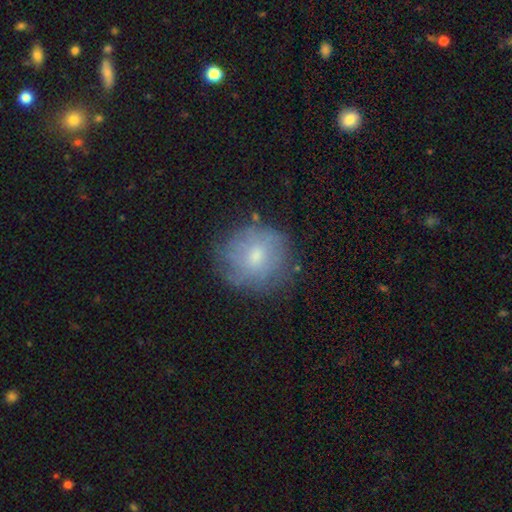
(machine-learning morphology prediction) smooth-or-featured: smooth: 60% | featured or disk: 30% | star or artifact: 9%
  how-rounded: round: 86% | in between: 13% | cigar-shaped: 1%
  merging: none: 73% | minor disturbance: 19% | major disturbance: 7% | merger: 2%